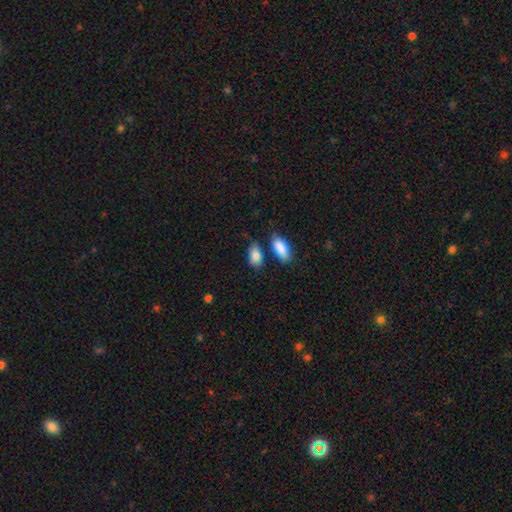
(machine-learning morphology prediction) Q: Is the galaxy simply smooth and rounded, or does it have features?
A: smooth — 86%.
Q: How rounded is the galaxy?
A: in between — 89%.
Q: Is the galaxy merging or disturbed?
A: none — 64%.